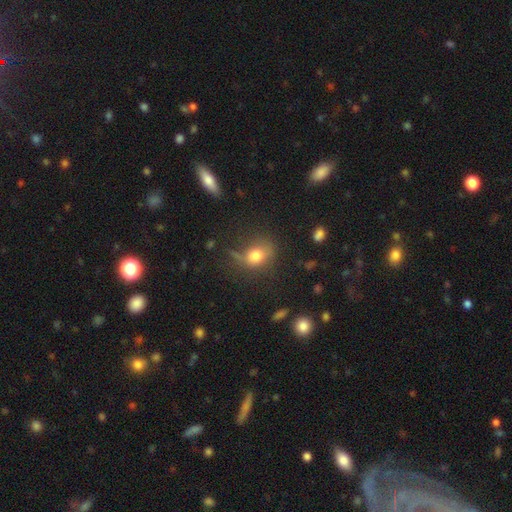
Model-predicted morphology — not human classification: smooth_or_featured: smooth (p=0.73) [alt: featured or disk p=0.15]
how_rounded: round (p=0.52) [alt: in between p=0.46]
merging: none (p=0.54) [alt: minor disturbance p=0.24]